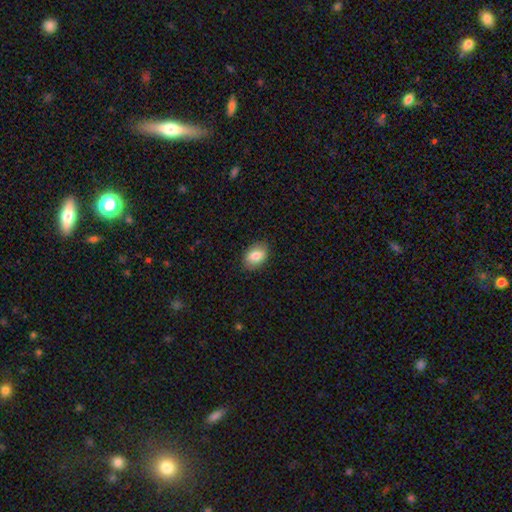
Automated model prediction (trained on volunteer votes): Smooth or featured? smooth (83%)
How rounded? in between (83%)
Merging? none (86%)